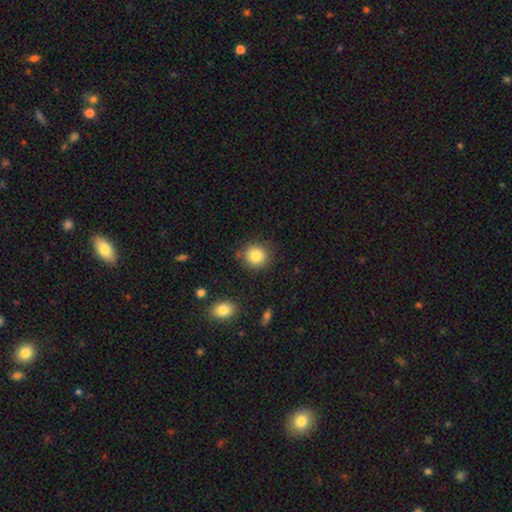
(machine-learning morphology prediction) smooth 83%, star or artifact 10%, featured or disk 7%. Down the decision tree: how rounded — round (87%); merging — none (84%).